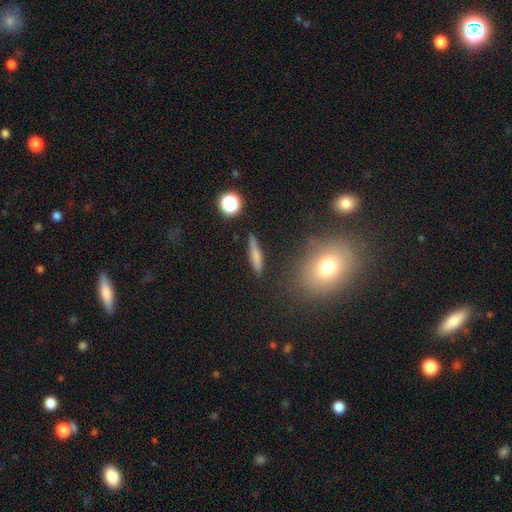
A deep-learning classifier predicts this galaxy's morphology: Smooth or featured? Predicted: smooth (p=0.67). How rounded? Predicted: cigar-shaped (p=0.85). Merging? Predicted: none (p=0.86).